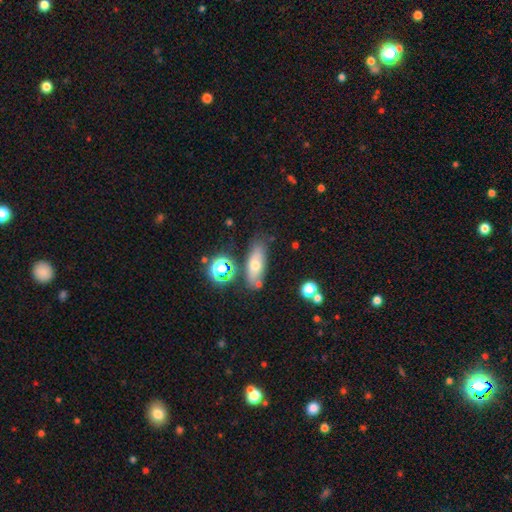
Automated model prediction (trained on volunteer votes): A smooth galaxy with no disk features (50%). Merging: none (72%).